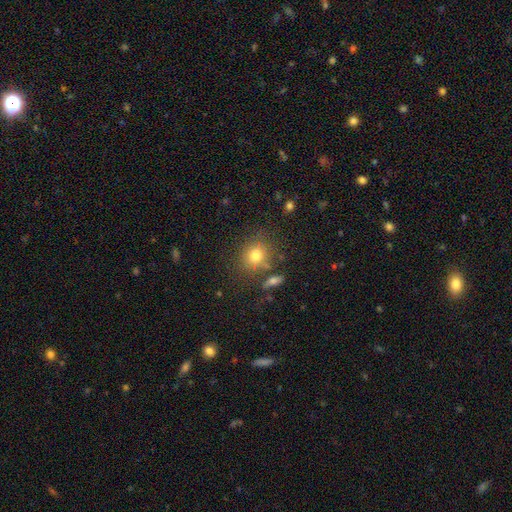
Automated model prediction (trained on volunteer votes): Morphology: type=smooth (77%); roundness=round (64%); merging=none (73%).